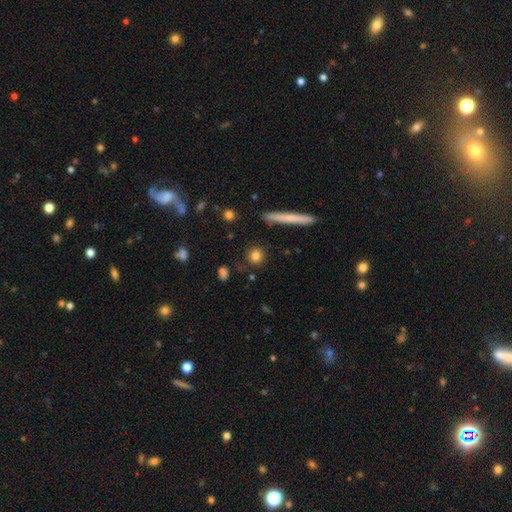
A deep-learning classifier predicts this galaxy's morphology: A smooth galaxy with no disk features (80%) that is round (78%). Merging: none (83%).